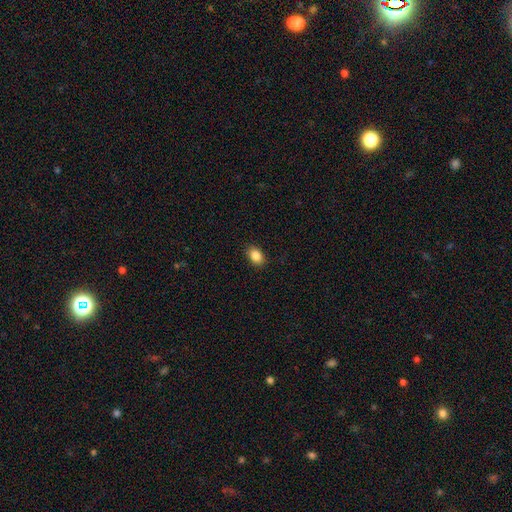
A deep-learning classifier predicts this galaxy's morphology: A smooth galaxy with no disk features (87%) that is in between round and cigar-shaped (76%). Merging: none (88%).